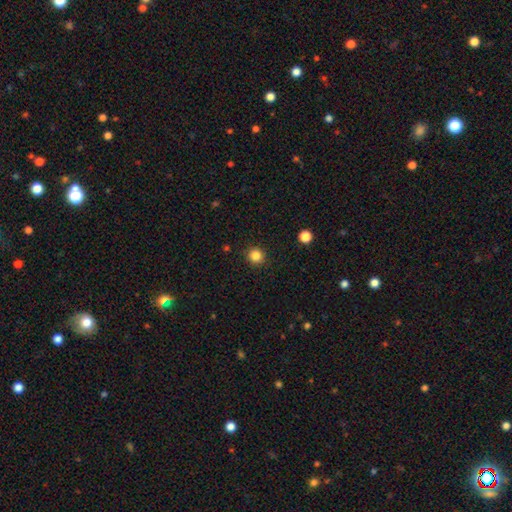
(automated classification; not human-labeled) Morphology: type=smooth (84%); roundness=round (94%); merging=none (92%).